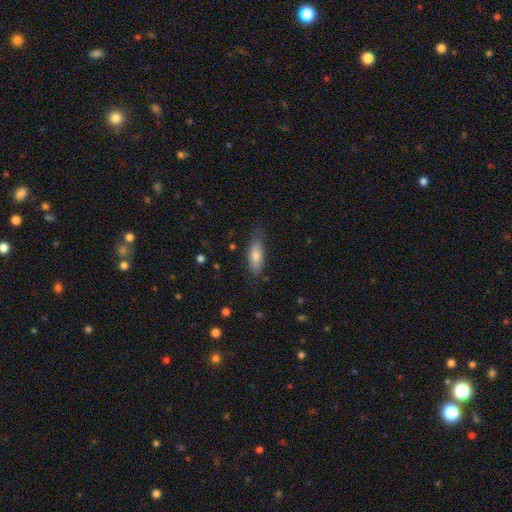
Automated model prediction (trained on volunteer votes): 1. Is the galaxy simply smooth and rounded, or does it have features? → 71% smooth, 21% featured or disk, 8% star or artifact.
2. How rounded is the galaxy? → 65% in between, 33% cigar-shaped, 2% round.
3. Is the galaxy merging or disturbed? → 74% none, 20% minor disturbance, 4% major disturbance, 1% merger.